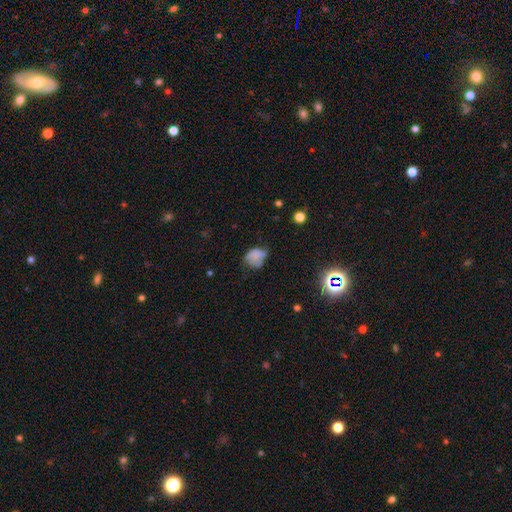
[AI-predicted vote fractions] smooth-or-featured: smooth: 64% | featured or disk: 22% | star or artifact: 14%
  how-rounded: in between: 54% | round: 45% | cigar-shaped: 1%
  merging: none: 38% | minor disturbance: 37% | major disturbance: 21% | merger: 4%